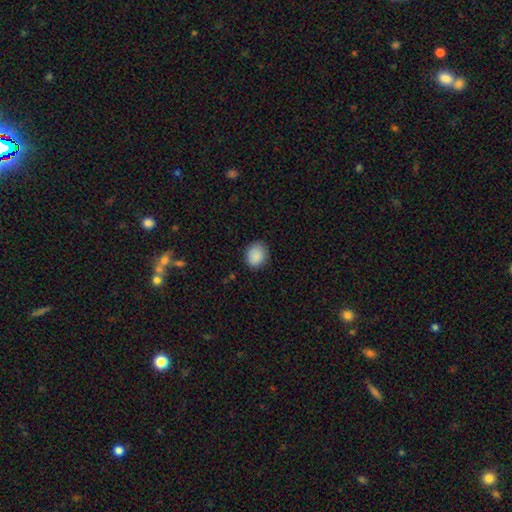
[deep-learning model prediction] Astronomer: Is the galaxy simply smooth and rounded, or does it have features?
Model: smooth — 88%.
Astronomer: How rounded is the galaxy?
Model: round — 60% (runner-up: in between, 39%).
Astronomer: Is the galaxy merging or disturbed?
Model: none — 83%.